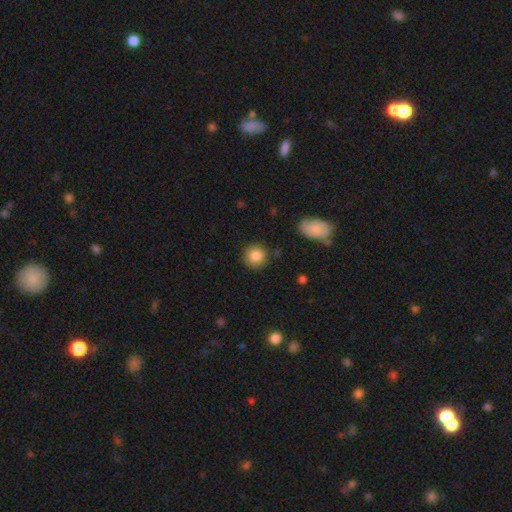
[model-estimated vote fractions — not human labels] The model was most divided on "smooth or featured": smooth: 85%, star or artifact: 9%, featured or disk: 7%. More confident: how rounded — round (91%); merging — none (88%).